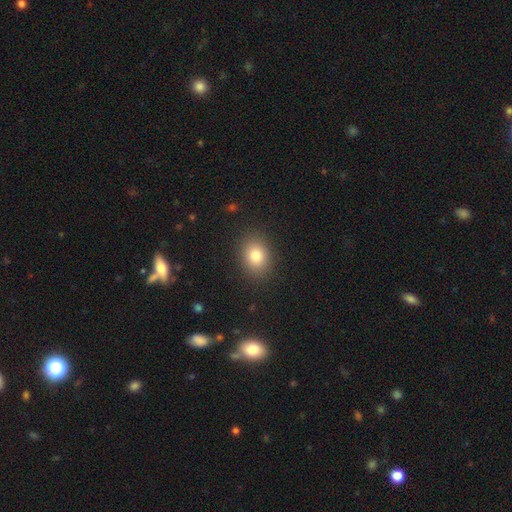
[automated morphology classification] A smooth galaxy with no disk features (81%) that is round (51%).

Vote fractions:
- Smooth or featured? smooth: 81% / star or artifact: 11% / featured or disk: 8%
- How rounded? round: 51% / in between: 48% / cigar-shaped: 1%
- Merging? none: 88% / minor disturbance: 8% / major disturbance: 3% / merger: 1%